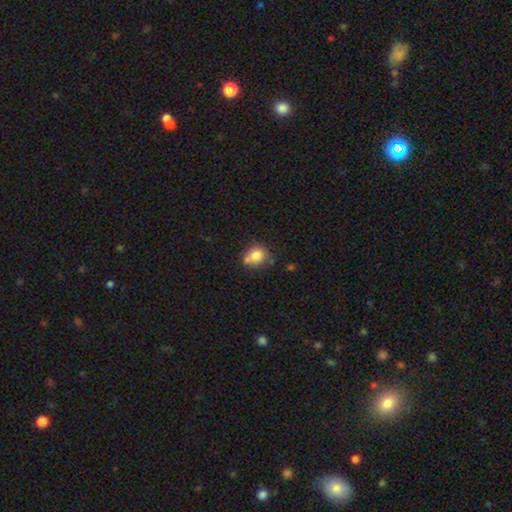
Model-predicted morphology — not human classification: This appears to be a smooth galaxy with no disk features (78%) that is round (81%). Merging: none (57%).